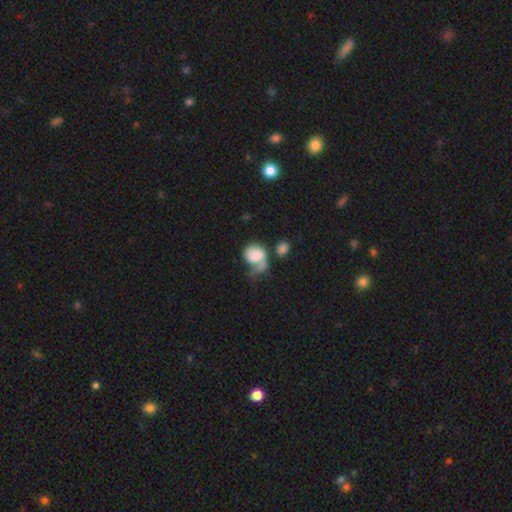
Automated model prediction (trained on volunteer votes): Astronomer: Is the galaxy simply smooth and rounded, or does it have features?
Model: smooth — 68%.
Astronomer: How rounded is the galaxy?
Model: round — 54% (runner-up: in between, 45%).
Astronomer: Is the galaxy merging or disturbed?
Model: merger — 31% (runner-up: major disturbance, 30%).